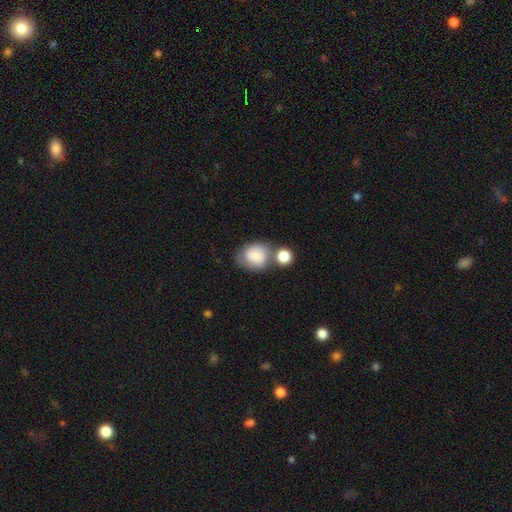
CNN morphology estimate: A smooth galaxy with no disk features (76%) that is round (57%). Merging: none (45%).